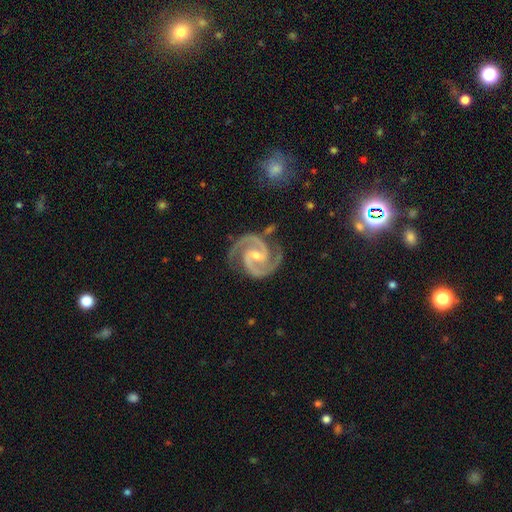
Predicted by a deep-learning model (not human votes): smooth_or_featured: featured or disk (p=0.94) [alt: star or artifact p=0.04]
disk_edge_on: no (p=0.98) [alt: yes p=0.02]
bar: weak (p=0.44) [alt: strong p=0.32]
has_spiral_arms: yes (p=0.99) [alt: no p=0.01]
spiral_winding: medium (p=0.54) [alt: tight p=0.41]
spiral_arm_count: 2 (p=0.94) [alt: 3 p=0.02]
bulge_size: small (p=0.55) [alt: moderate p=0.41]
merging: none (p=0.81) [alt: minor disturbance p=0.13]